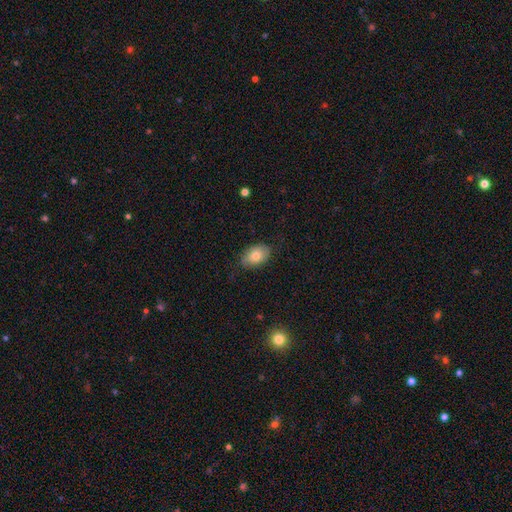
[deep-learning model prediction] smooth 77%, featured or disk 16%, star or artifact 7%. Down the decision tree: how rounded — in between (89%); merging — none (77%).